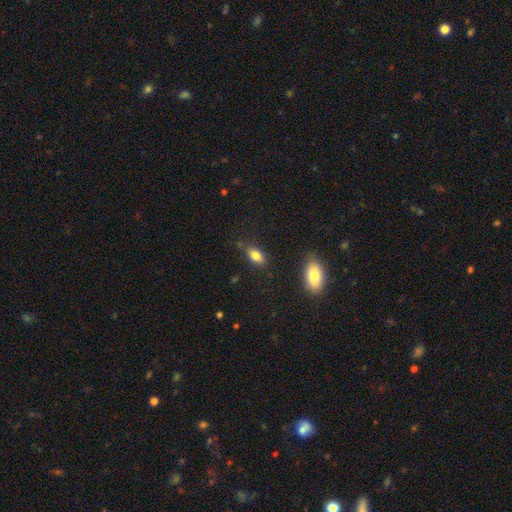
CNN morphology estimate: A smooth galaxy with no disk features (79%) that is in between round and cigar-shaped (87%). Merging: none (76%).